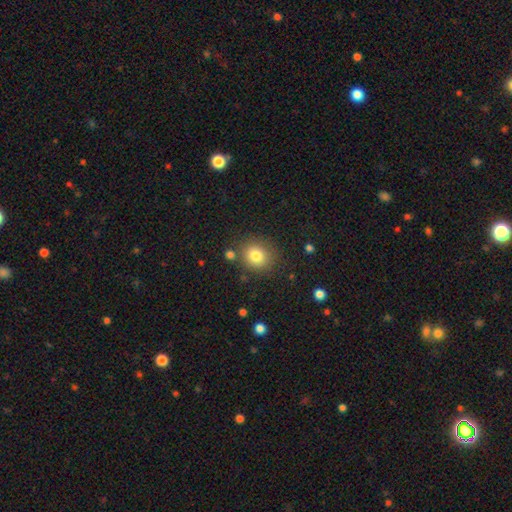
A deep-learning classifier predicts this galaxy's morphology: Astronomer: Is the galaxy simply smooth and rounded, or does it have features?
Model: smooth — 80%.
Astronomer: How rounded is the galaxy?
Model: round — 79%.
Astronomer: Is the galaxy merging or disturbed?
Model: none — 81%.